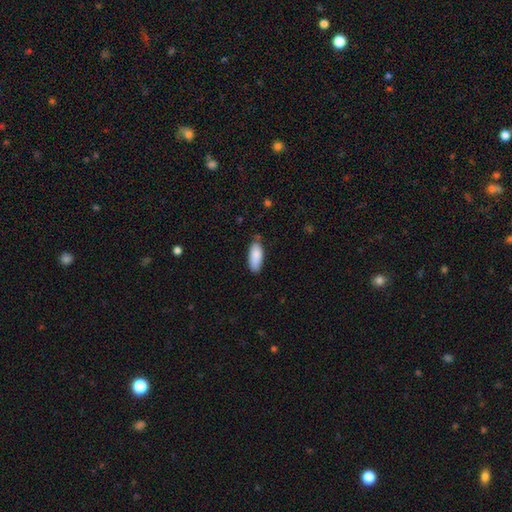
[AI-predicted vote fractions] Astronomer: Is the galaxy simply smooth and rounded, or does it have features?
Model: smooth — 88%.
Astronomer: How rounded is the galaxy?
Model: in between — 81%.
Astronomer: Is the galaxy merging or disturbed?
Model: none — 74%.